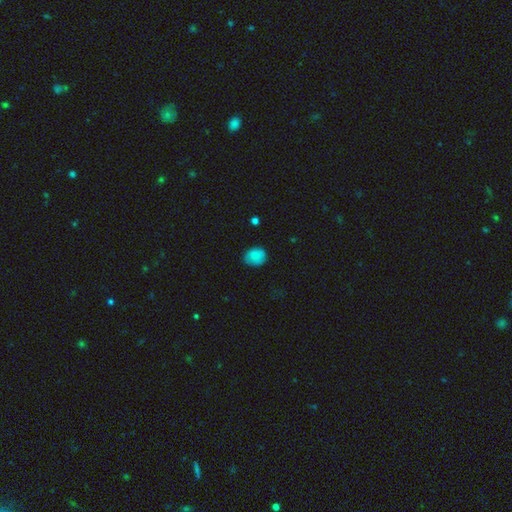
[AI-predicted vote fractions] Smooth or featured: smooth — 84% (star or artifact — 9%)
How rounded: round — 58% (in between — 41%)
Merging: none — 75% (minor disturbance — 20%)